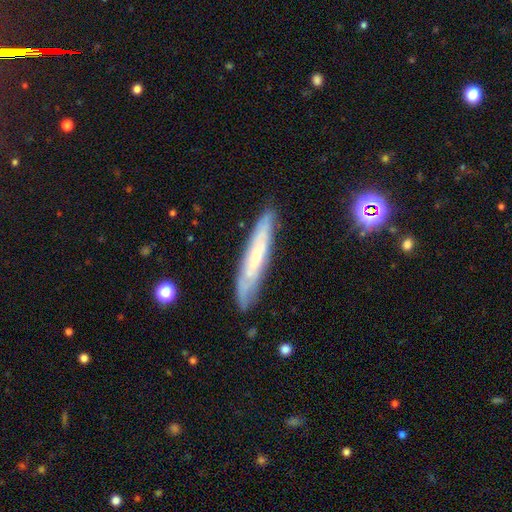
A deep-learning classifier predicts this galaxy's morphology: smooth_or_featured: featured or disk (p=0.63) [alt: smooth p=0.30]
disk_edge_on: yes (p=0.66) [alt: no p=0.34]
merging: none (p=0.82) [alt: minor disturbance p=0.14]